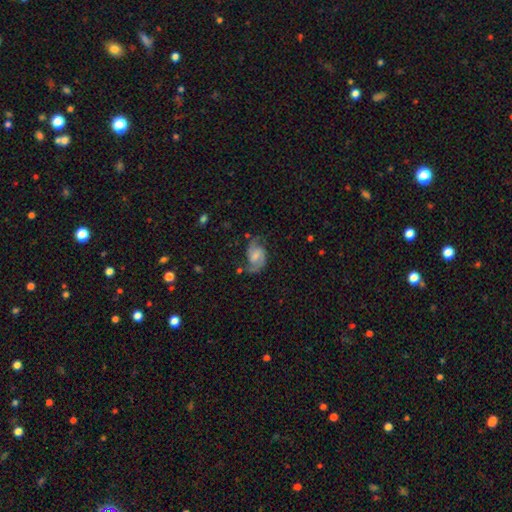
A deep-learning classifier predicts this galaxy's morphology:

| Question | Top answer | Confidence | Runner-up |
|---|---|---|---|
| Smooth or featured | featured or disk | 85% | smooth (9%) |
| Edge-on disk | no | 98% | yes (2%) |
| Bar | weak | 50% | no (38%) |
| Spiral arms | yes | 97% | no (3%) |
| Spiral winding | medium | 55% | loose (25%) |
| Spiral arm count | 2 | 92% | can't tell (3%) |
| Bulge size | small | 40% | moderate (32%) |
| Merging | none | 69% | minor disturbance (19%) |